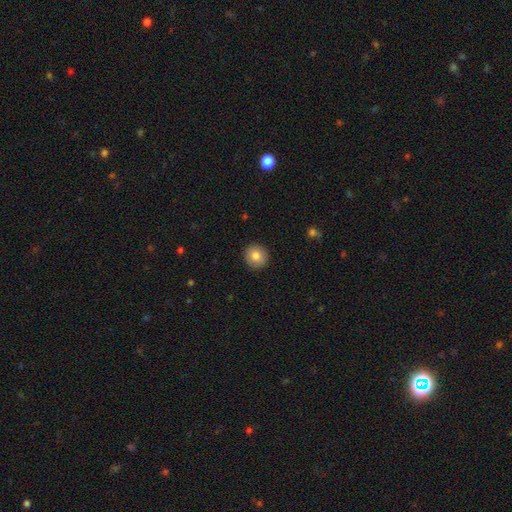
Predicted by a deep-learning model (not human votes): Smooth or featured?
  - smooth: 82% *
  - featured or disk: 10%
  - star or artifact: 8%
How rounded?
  - round: 93% *
  - in between: 6%
  - cigar-shaped: 1%
Merging?
  - none: 92% *
  - minor disturbance: 5%
  - major disturbance: 2%
  - merger: 1%